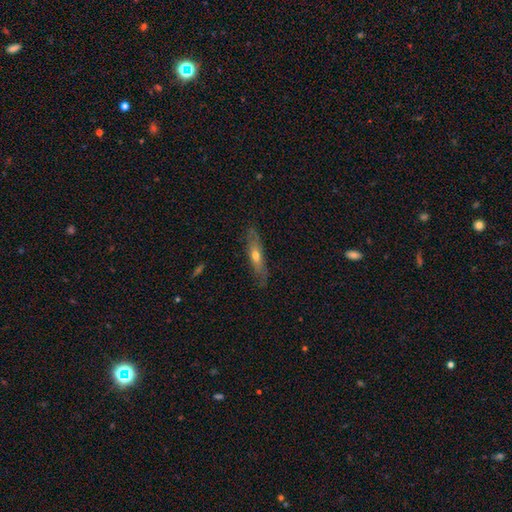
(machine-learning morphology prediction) A featured or disk galaxy (47%, tied with smooth). Merging: none (76%).